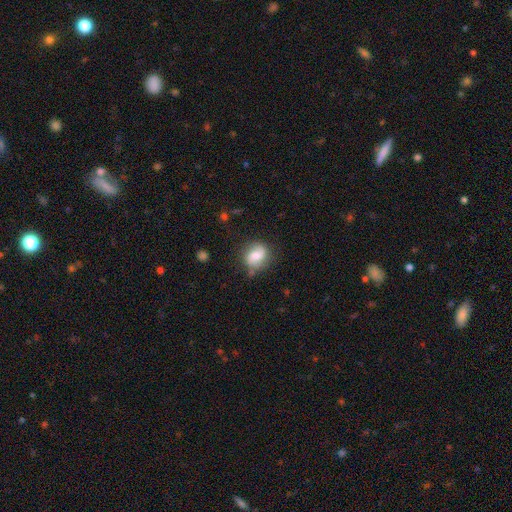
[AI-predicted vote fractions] Smooth or featured? Predicted: smooth (p=0.48). Merging? Predicted: none (p=0.72).